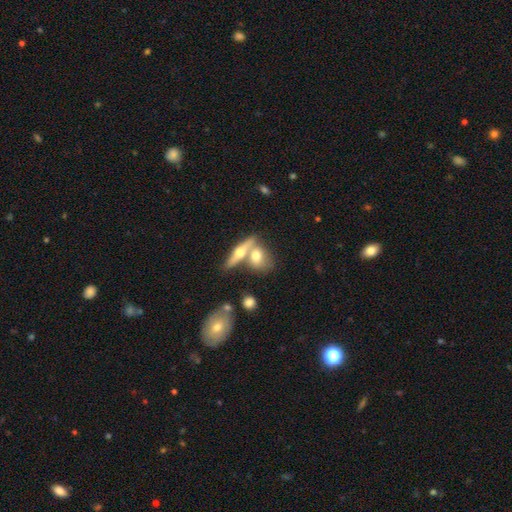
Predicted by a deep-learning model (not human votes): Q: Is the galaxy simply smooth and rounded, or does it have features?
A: featured or disk — 48%.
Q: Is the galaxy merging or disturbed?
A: merger — 47%.